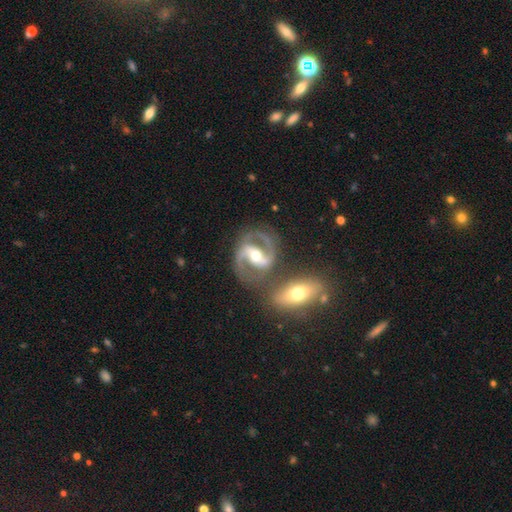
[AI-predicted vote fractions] Smooth or featured: featured or disk — 91% (smooth — 5%)
Edge-on disk: no — 97% (yes — 3%)
Bar: strong — 58% (weak — 28%)
Spiral arms: yes — 97% (no — 3%)
Spiral winding: medium — 64% (loose — 18%)
Spiral arm count: 2 — 93% (3 — 2%)
Bulge size: moderate — 73% (small — 18%)
Merging: none — 61% (merger — 20%)